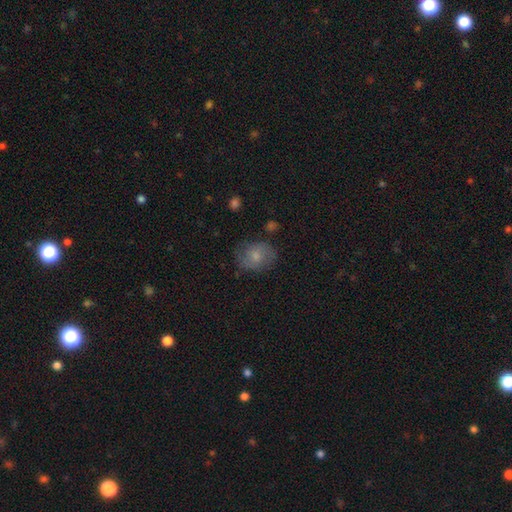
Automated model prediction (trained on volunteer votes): Q: Smooth or featured?
A: smooth (57%); runner-up: featured or disk (34%)
Q: How rounded?
A: in between (50%); runner-up: round (49%)
Q: Merging?
A: none (71%); runner-up: minor disturbance (20%)